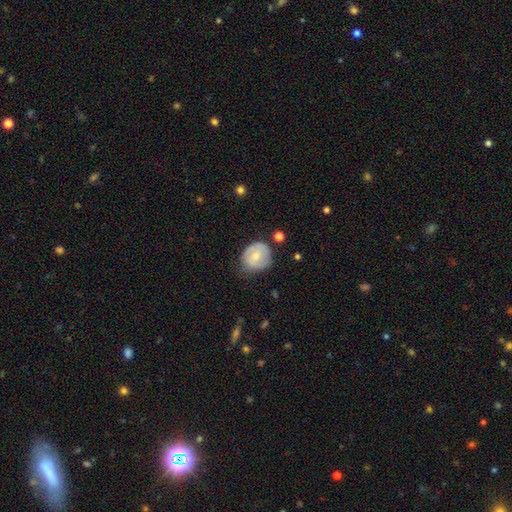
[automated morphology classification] type=smooth (63%); roundness=round (73%); merging=none (58%).